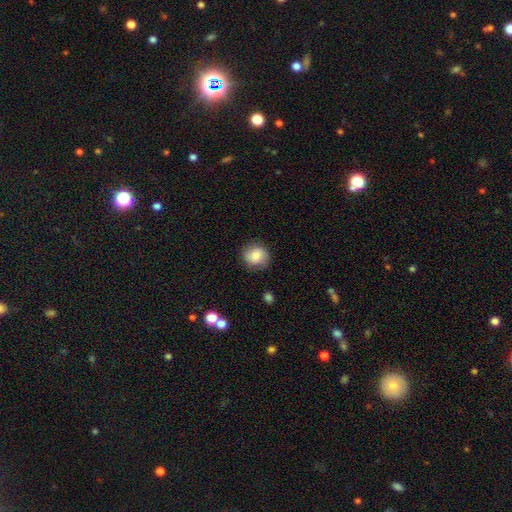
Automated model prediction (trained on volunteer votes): A smooth galaxy with no disk features (77%) that is round (84%).

Vote fractions:
- Smooth or featured? smooth: 77% / featured or disk: 14% / star or artifact: 9%
- How rounded? round: 84% / in between: 15% / cigar-shaped: 1%
- Merging? none: 82% / minor disturbance: 13% / major disturbance: 4% / merger: 1%